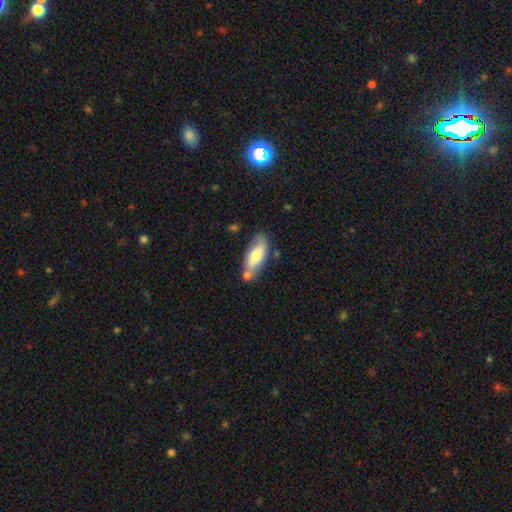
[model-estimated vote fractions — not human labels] The model was most divided on "smooth or featured": smooth: 63%, featured or disk: 31%, star or artifact: 6%. More confident: how rounded — in between (70%); merging — none (56%).